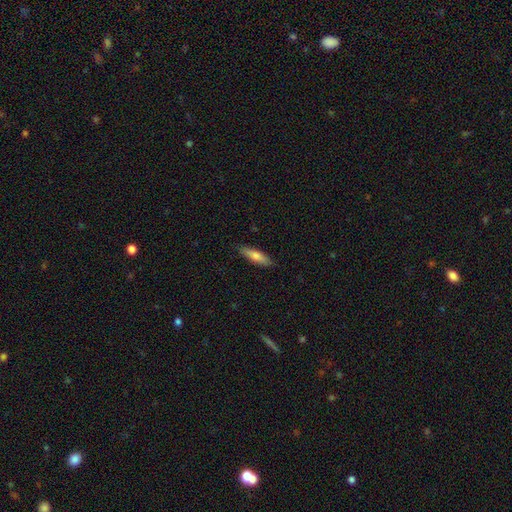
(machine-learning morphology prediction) A smooth galaxy with no disk features (71%) that is cigar-shaped (66%).

Vote fractions:
- Smooth or featured? smooth: 71% / featured or disk: 23% / star or artifact: 6%
- How rounded? cigar-shaped: 66% / in between: 33% / round: 2%
- Merging? none: 87% / minor disturbance: 10% / major disturbance: 2% / merger: 1%